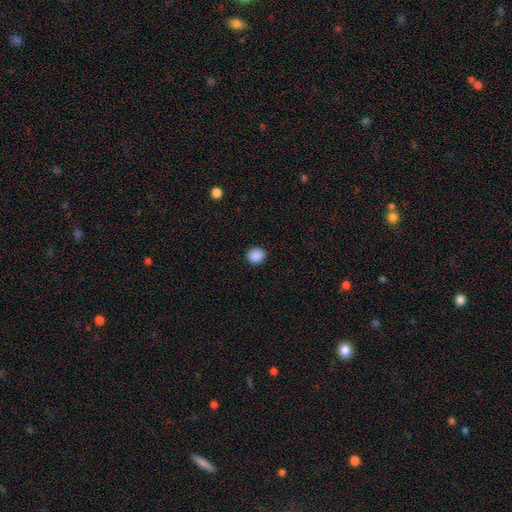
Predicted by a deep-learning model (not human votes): A smooth galaxy with no disk features (89%) that is round (81%).

Vote fractions:
- Smooth or featured? smooth: 89% / star or artifact: 9% / featured or disk: 2%
- How rounded? round: 81% / in between: 18% / cigar-shaped: 1%
- Merging? none: 91% / minor disturbance: 6% / major disturbance: 2% / merger: 1%